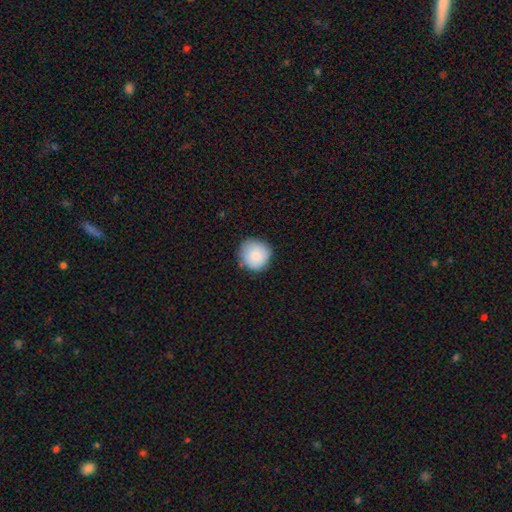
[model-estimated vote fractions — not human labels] Smooth or featured?
  - smooth: 85% *
  - featured or disk: 8%
  - star or artifact: 7%
How rounded?
  - round: 91% *
  - in between: 8%
  - cigar-shaped: 1%
Merging?
  - none: 80% *
  - minor disturbance: 16%
  - major disturbance: 3%
  - merger: 1%